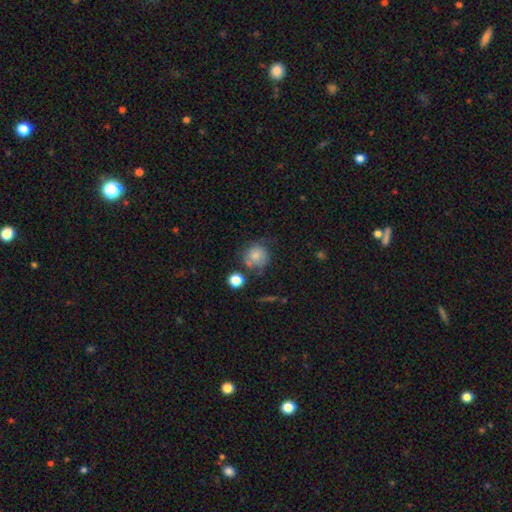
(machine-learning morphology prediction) smooth_or_featured: smooth (p=0.72) [alt: featured or disk p=0.18]
how_rounded: round (p=0.84) [alt: in between p=0.15]
merging: none (p=0.47) [alt: minor disturbance p=0.26]